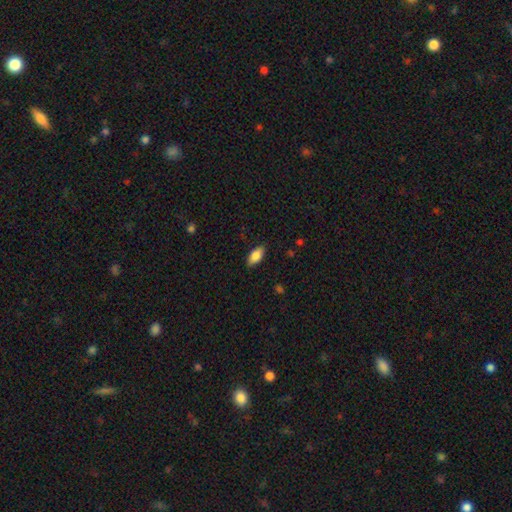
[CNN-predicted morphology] Smooth or featured: smooth — 84% (featured or disk — 9%)
How rounded: in between — 91% (cigar-shaped — 7%)
Merging: none — 87% (minor disturbance — 10%)